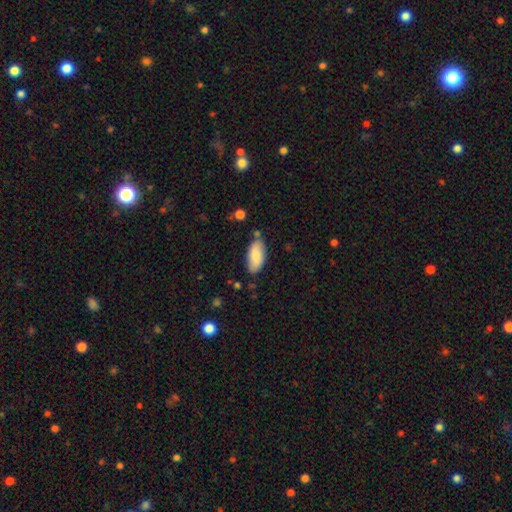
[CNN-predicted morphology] The model was most divided on "smooth or featured": smooth: 78%, featured or disk: 16%, star or artifact: 6%. More confident: how rounded — in between (91%); merging — none (79%).